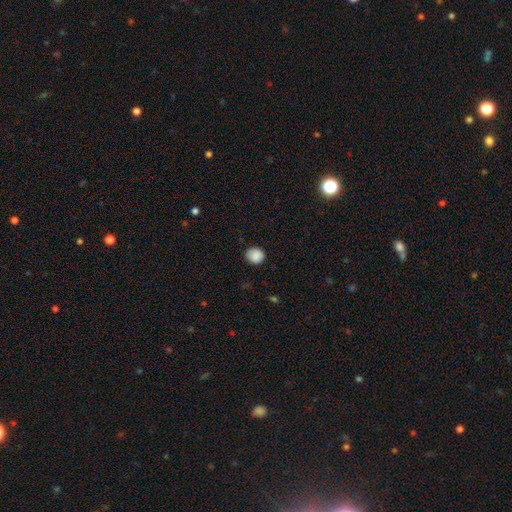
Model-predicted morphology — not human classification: A smooth galaxy with no disk features (88%) that is round (78%).

Vote fractions:
- Smooth or featured? smooth: 88% / star or artifact: 8% / featured or disk: 4%
- How rounded? round: 78% / in between: 21% / cigar-shaped: 1%
- Merging? none: 82% / minor disturbance: 14% / major disturbance: 3% / merger: 1%